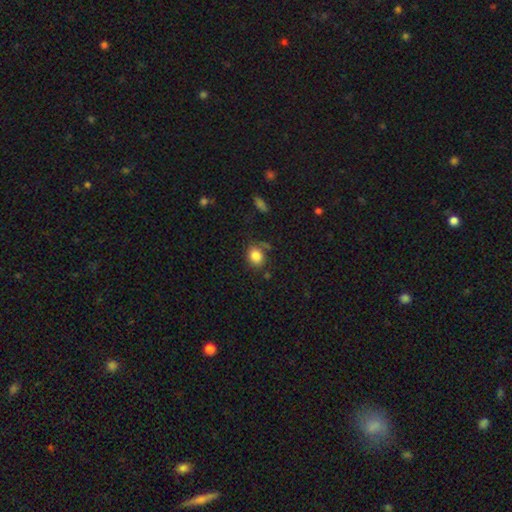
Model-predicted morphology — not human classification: smooth-or-featured: smooth: 83% | star or artifact: 10% | featured or disk: 7%
  how-rounded: round: 61% | in between: 38% | cigar-shaped: 1%
  merging: none: 73% | minor disturbance: 16% | merger: 6% | major disturbance: 5%